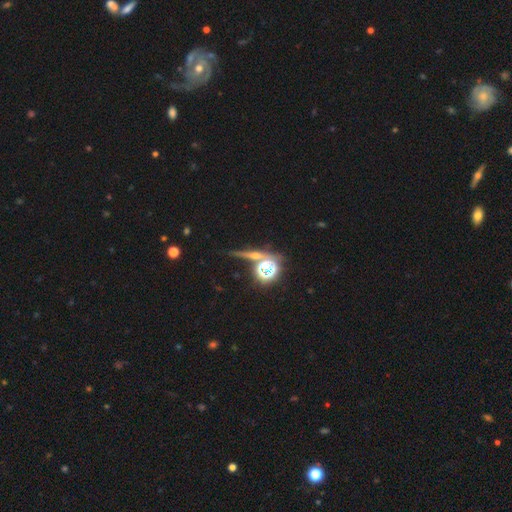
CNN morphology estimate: type=star or artifact (37%).